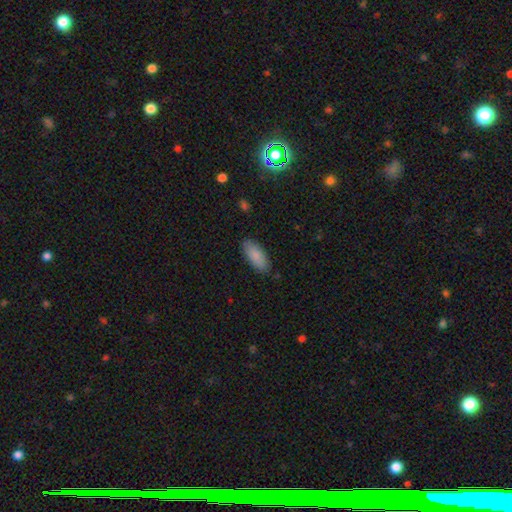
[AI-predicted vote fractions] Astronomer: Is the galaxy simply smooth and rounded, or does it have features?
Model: smooth — 86%.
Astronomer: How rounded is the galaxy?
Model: in between — 86%.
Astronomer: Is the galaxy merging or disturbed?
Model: none — 86%.